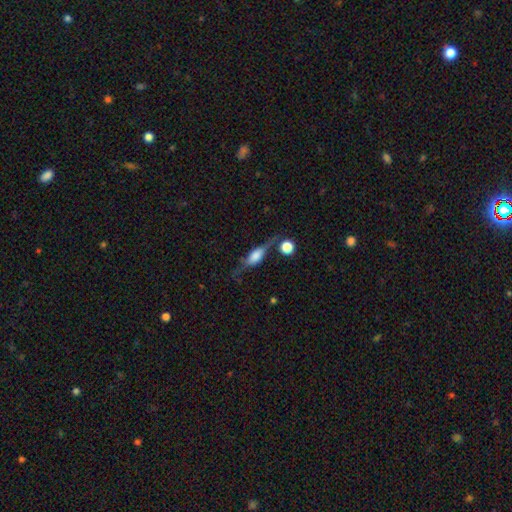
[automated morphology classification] Smooth or featured? Predicted: featured or disk (p=0.60). Edge-on disk? Predicted: yes (p=0.89). Edge-on bulge? Predicted: rounded (p=0.65). Merging? Predicted: none (p=0.59).